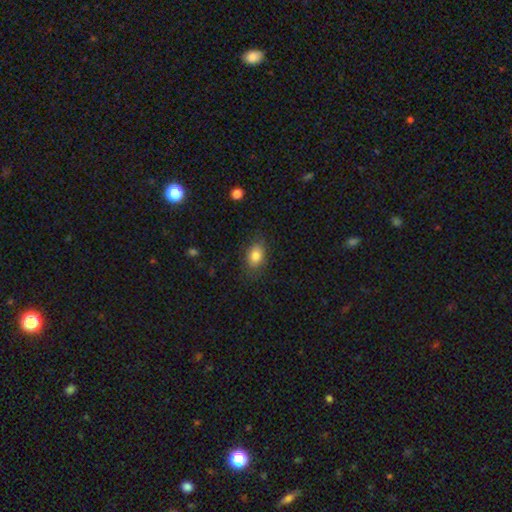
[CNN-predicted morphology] Smooth or featured? smooth (83%)
How rounded? in between (82%)
Merging? none (78%)